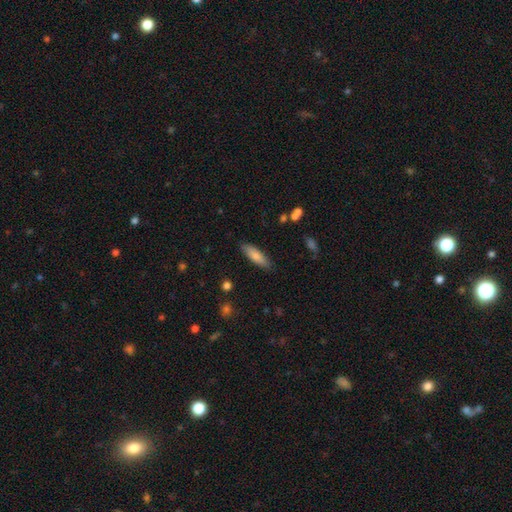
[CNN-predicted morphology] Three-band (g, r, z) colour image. It shows a smooth galaxy with no disk features (77%) that is cigar-shaped (57%). Merging: none (85%).